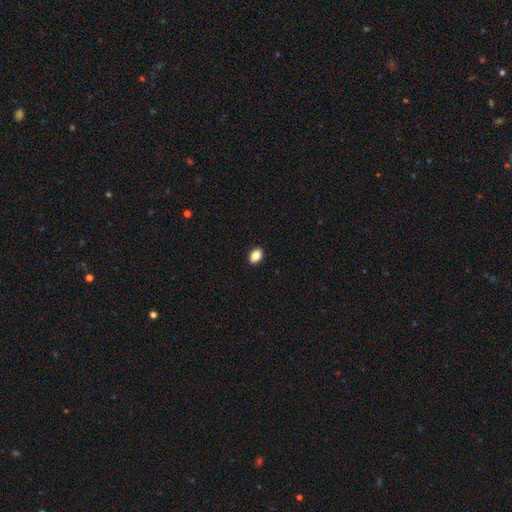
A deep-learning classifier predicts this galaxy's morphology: A smooth galaxy with no disk features (87%) that is in between round and cigar-shaped (80%). Merging: none (91%).